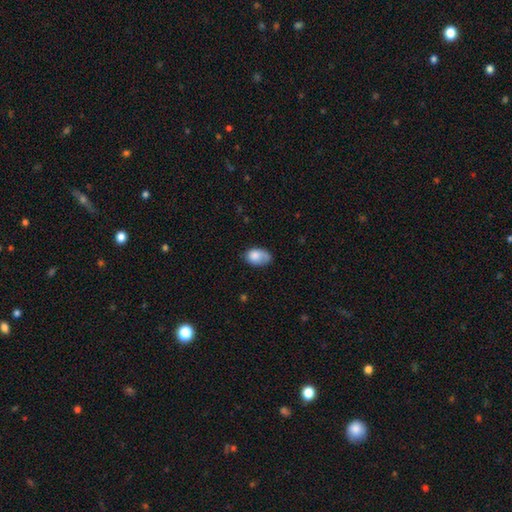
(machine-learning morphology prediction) A smooth galaxy with no disk features (81%) that is in between round and cigar-shaped (84%). Merging: none (48%).